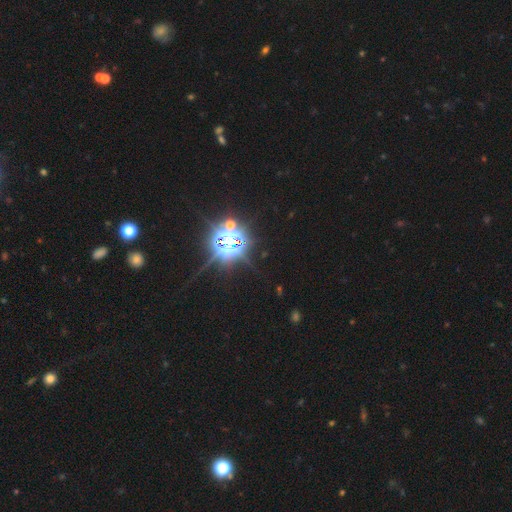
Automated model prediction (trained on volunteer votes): smooth_or_featured: star or artifact (p=0.81) [alt: smooth p=0.14]